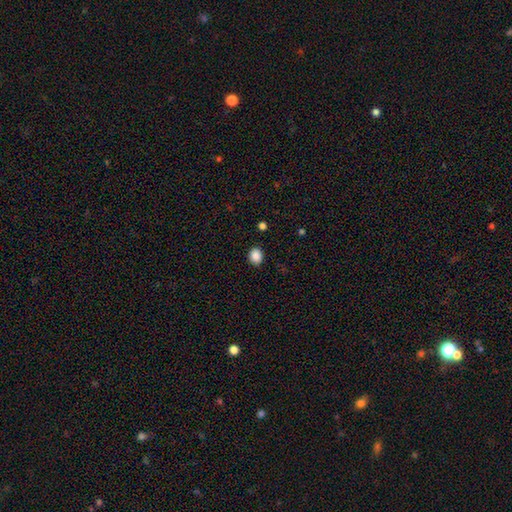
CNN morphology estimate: Smooth or featured? Predicted: smooth (p=0.88). How rounded? Predicted: round (p=0.54). Merging? Predicted: none (p=0.88).